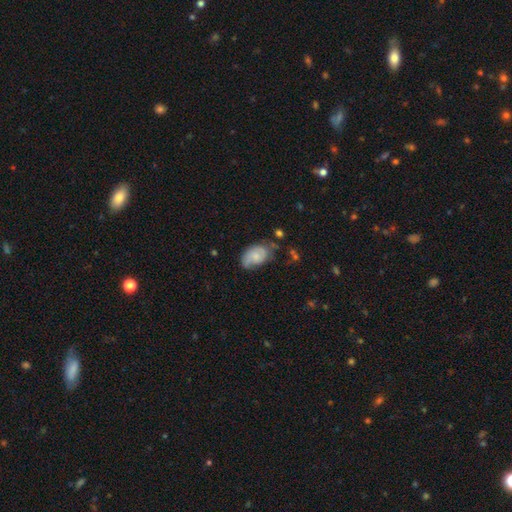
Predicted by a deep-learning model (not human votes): Smooth or featured? Predicted: smooth (p=0.52). How rounded? Predicted: in between (p=0.86). Merging? Predicted: none (p=0.52).